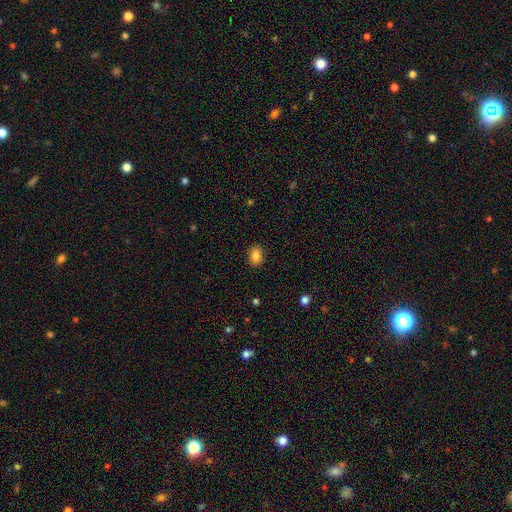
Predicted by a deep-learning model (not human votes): A smooth galaxy with no disk features (86%) that is in between round and cigar-shaped (72%).

Vote fractions:
- Smooth or featured? smooth: 86% / star or artifact: 9% / featured or disk: 5%
- How rounded? in between: 72% / round: 27% / cigar-shaped: 1%
- Merging? none: 88% / minor disturbance: 9% / major disturbance: 2% / merger: 1%